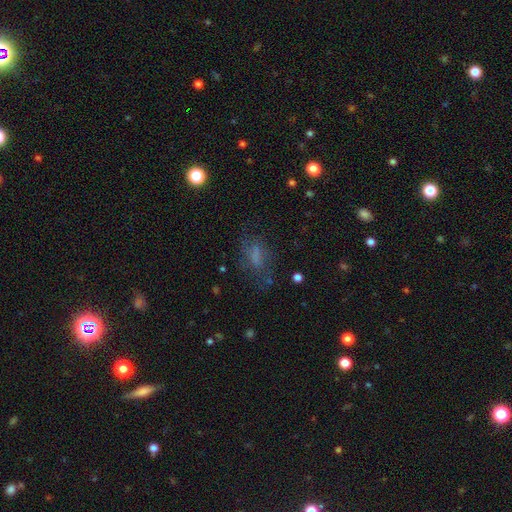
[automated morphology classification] smooth-or-featured: smooth: 55% | featured or disk: 26% | star or artifact: 19%
  how-rounded: in between: 74% | cigar-shaped: 16% | round: 10%
  merging: none: 57% | minor disturbance: 21% | major disturbance: 20% | merger: 3%